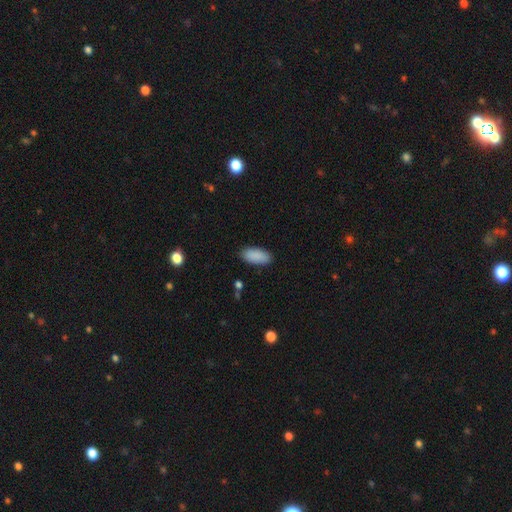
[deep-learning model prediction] A smooth galaxy with no disk features (90%) that is in between round and cigar-shaped (89%). Merging: none (87%).